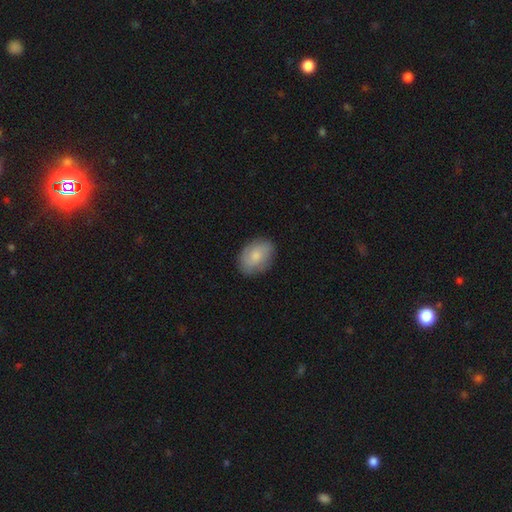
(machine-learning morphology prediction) smooth-or-featured: smooth: 77% | featured or disk: 17% | star or artifact: 6%
  how-rounded: in between: 80% | round: 19% | cigar-shaped: 1%
  merging: none: 84% | minor disturbance: 13% | major disturbance: 3% | merger: 1%